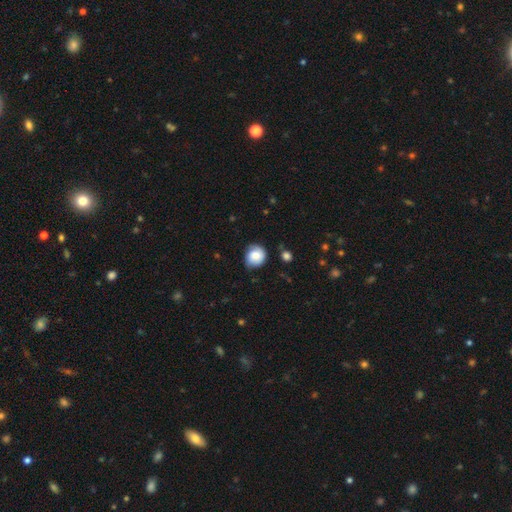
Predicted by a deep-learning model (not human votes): A smooth galaxy with no disk features (77%) that is round (83%). Merging: none (68%).